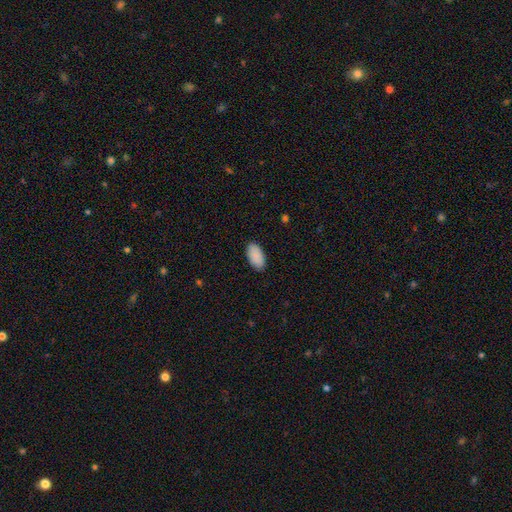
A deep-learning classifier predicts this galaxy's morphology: Smooth or featured? smooth (91%)
How rounded? in between (96%)
Merging? none (88%)